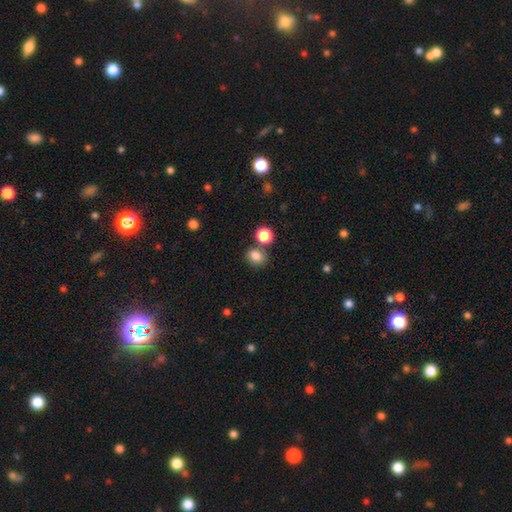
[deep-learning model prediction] Smooth or featured? Predicted: smooth (p=0.82). How rounded? Predicted: round (p=0.59). Merging? Predicted: none (p=0.70).